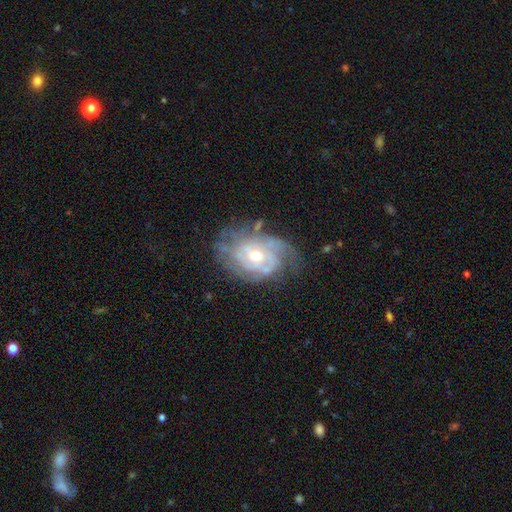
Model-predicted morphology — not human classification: Overall: featured or disk (83%). Edge-on disk: no (97%). Bar: no (70%). Spiral arms: yes (88%). Spiral arm count: can't tell (44%; 2 23%). Spiral winding: tight (62%; medium 29%). Bulge size: moderate (57%; small 39%). Merging: none (60%; minor disturbance 24%).